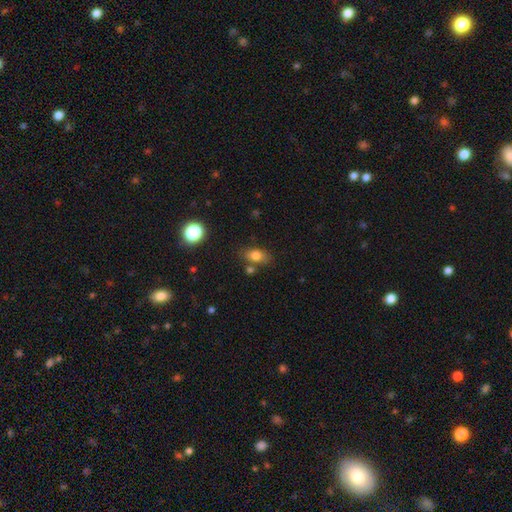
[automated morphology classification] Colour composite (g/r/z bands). It shows a smooth galaxy with no disk features (79%) that is in between round and cigar-shaped (79%). Merging: none (70%).